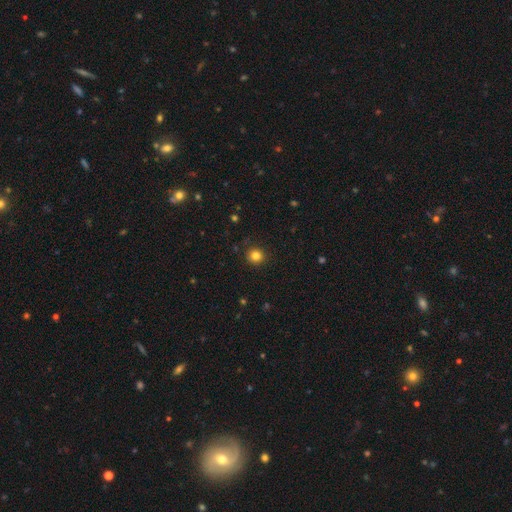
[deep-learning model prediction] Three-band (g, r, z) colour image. It shows a smooth galaxy with no disk features (82%) that is round (92%). Merging: none (91%).